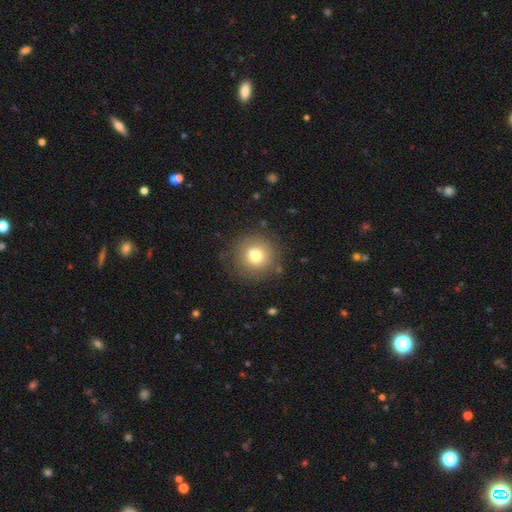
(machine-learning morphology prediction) type=smooth (75%); roundness=round (94%); merging=none (84%).